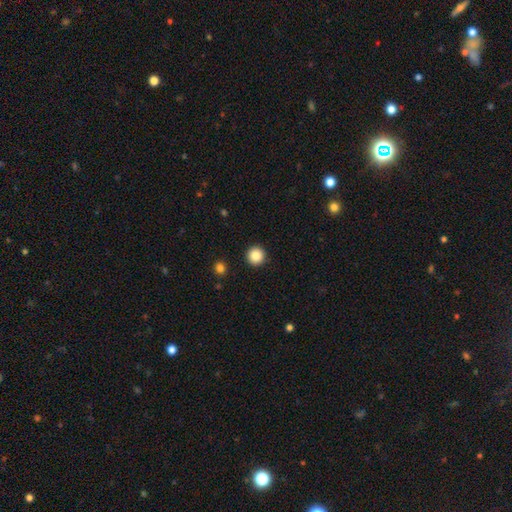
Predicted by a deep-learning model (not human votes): This appears to be a smooth galaxy with no disk features (85%) that is round (96%). Merging: none (93%).